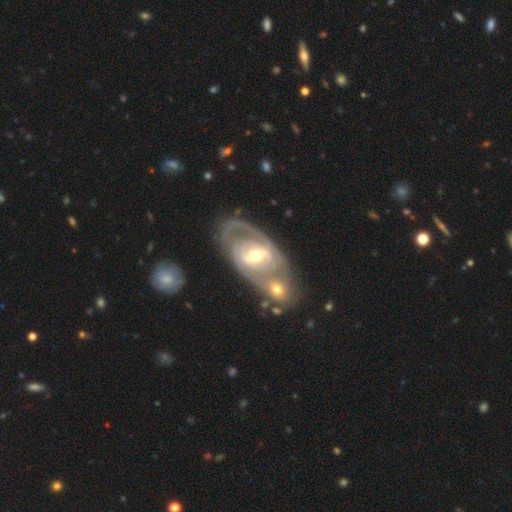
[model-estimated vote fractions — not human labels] Smooth or featured? Predicted: featured or disk (p=0.83). Edge-on disk? Predicted: no (p=0.95). Bar? Predicted: weak (p=0.43). Spiral arms? Predicted: yes (p=0.81). Spiral winding? Predicted: tight (p=0.56). Spiral arm count? Predicted: 2 (p=0.56). Bulge size? Predicted: moderate (p=0.65). Merging? Predicted: none (p=0.44).